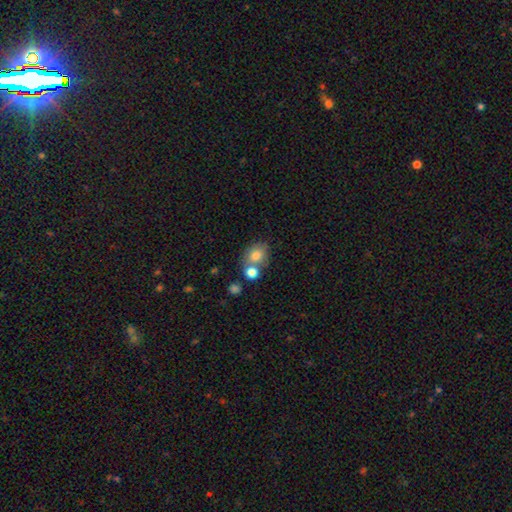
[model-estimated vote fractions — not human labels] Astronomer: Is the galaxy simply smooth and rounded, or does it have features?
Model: smooth — 78%.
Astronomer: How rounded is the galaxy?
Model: round — 51% (runner-up: in between, 48%).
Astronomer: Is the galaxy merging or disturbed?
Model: none — 50% (runner-up: merger, 33%).